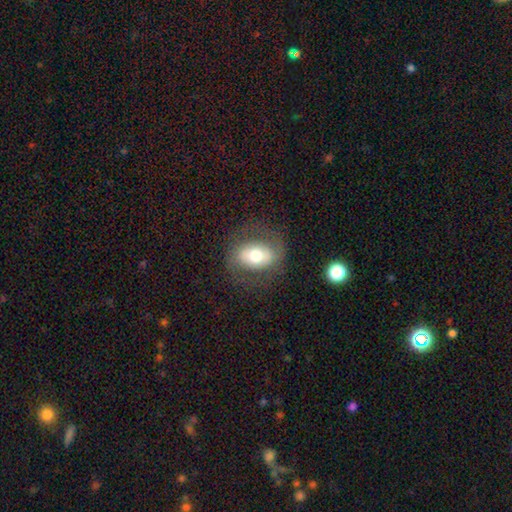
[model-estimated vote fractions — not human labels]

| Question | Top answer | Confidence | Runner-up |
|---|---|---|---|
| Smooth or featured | smooth | 55% | featured or disk (36%) |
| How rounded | in between | 71% | round (27%) |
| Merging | none | 76% | minor disturbance (14%) |